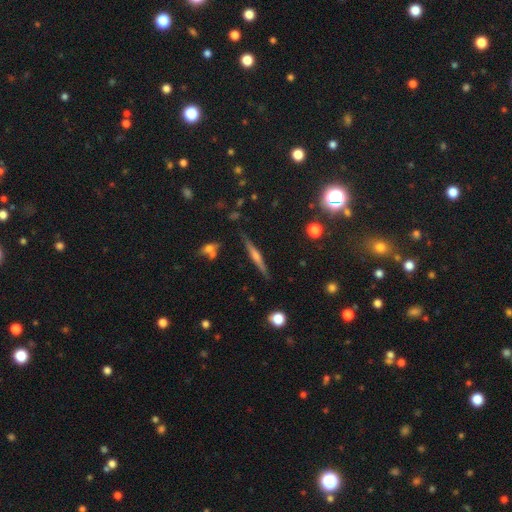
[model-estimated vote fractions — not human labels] smooth-or-featured: featured or disk: 67% | smooth: 22% | star or artifact: 11%
  disk-edge-on: yes: 97% | no: 3%
    edge-on-bulge: rounded: 76% | none: 15% | boxy: 10%
  merging: none: 87% | minor disturbance: 8% | merger: 3% | major disturbance: 2%